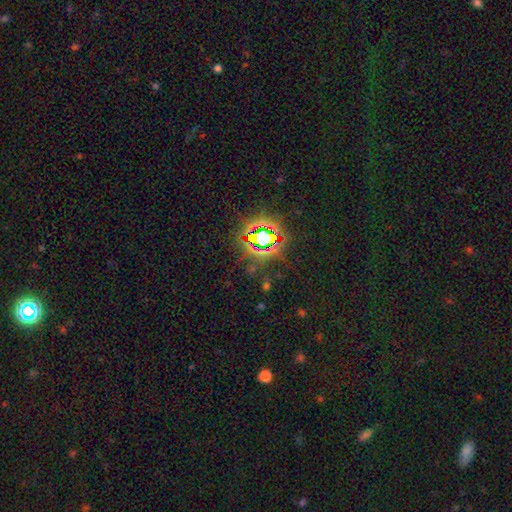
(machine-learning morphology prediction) type=star or artifact (80%).